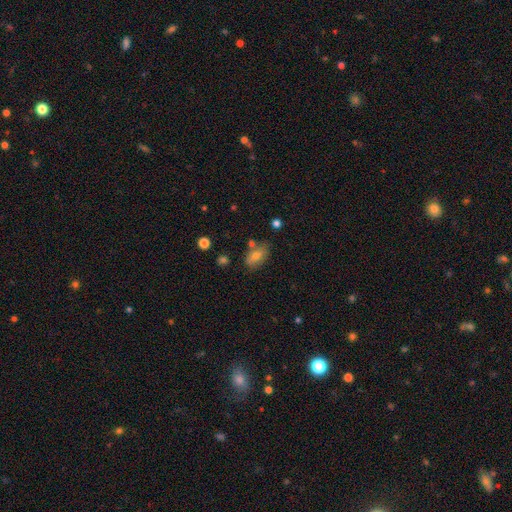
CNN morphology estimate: Overall: smooth (69%). How rounded: in between (87%). Merging: none (70%).